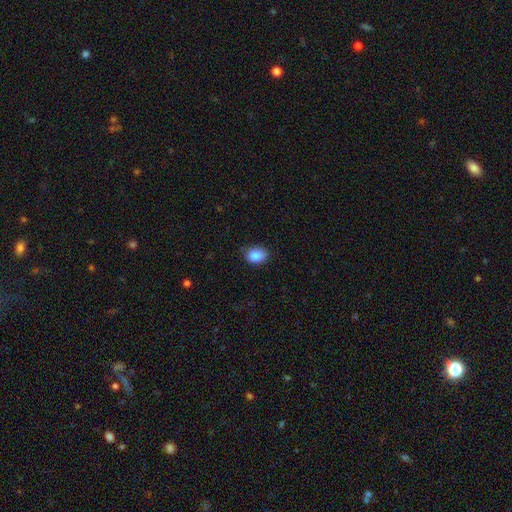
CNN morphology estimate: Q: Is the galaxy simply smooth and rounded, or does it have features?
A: smooth — 86%.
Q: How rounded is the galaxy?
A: in between — 69%.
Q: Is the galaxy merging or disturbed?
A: none — 81%.